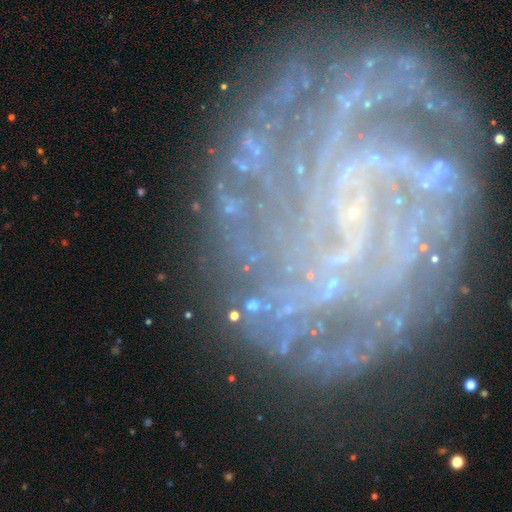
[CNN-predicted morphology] A featured or disk galaxy (85%) with no bar (48%), tight (58%) spiral arms (95%) and a small central bulge (63%).

Vote fractions:
- Smooth or featured? featured or disk: 85% / star or artifact: 9% / smooth: 6%
- Edge-on disk? no: 98% / yes: 2%
- Bar? no: 48% / weak: 38% / strong: 14%
- Spiral arms? yes: 95% / no: 5%
- Spiral winding? tight: 58% / medium: 32% / loose: 10%
- Spiral arm count? can't tell: 26% / 4: 18% / 3: 16% / more than 4: 16% / 2: 15% / 1: 9%
- Bulge size? small: 63% / none: 29% / moderate: 6% / large: 1% / dominant: 1%
- Merging? none: 71% / minor disturbance: 16% / major disturbance: 10% / merger: 2%